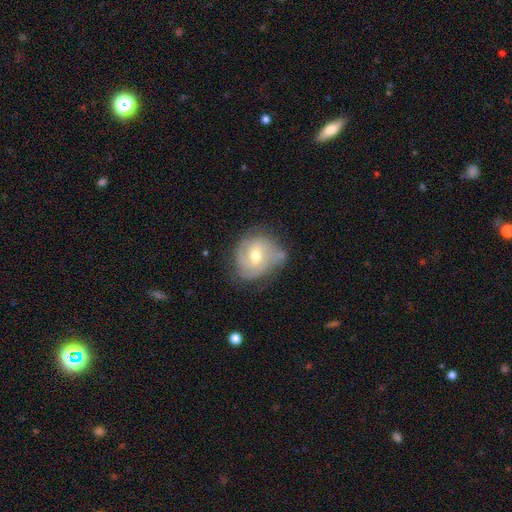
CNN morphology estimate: featured or disk 64%, smooth 28%, star or artifact 8%. Down the decision tree: edge-on disk — no (97%); bar — no (57%); spiral arms — yes (79%); bulge size — moderate (76%); merging — none (57%).